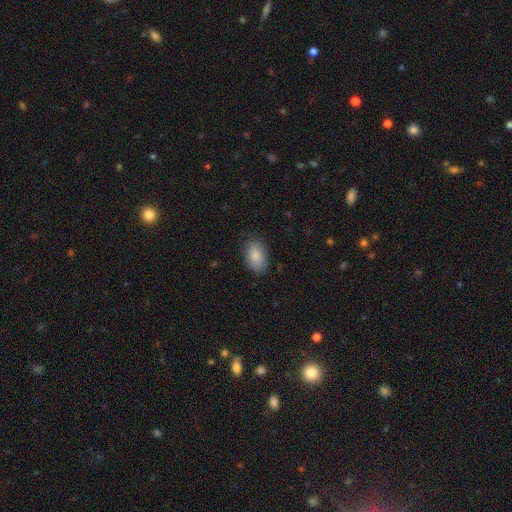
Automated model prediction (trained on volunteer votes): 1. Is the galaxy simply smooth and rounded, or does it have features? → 86% smooth, 7% featured or disk, 7% star or artifact.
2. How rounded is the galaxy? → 91% in between, 7% round, 1% cigar-shaped.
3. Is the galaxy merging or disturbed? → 83% none, 13% minor disturbance, 3% major disturbance, 1% merger.